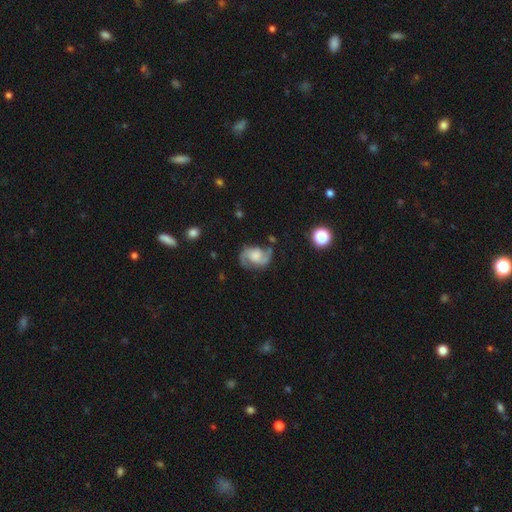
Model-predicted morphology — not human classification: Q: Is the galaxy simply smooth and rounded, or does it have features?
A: featured or disk — 82%.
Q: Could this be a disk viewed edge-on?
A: no — 98%.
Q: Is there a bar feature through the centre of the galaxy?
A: no — 57%.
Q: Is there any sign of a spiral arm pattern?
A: yes — 96%.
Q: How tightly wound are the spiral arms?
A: medium — 52%.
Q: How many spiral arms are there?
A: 2 — 90%.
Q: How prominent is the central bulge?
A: moderate — 28%.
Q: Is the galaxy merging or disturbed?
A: none — 67%.